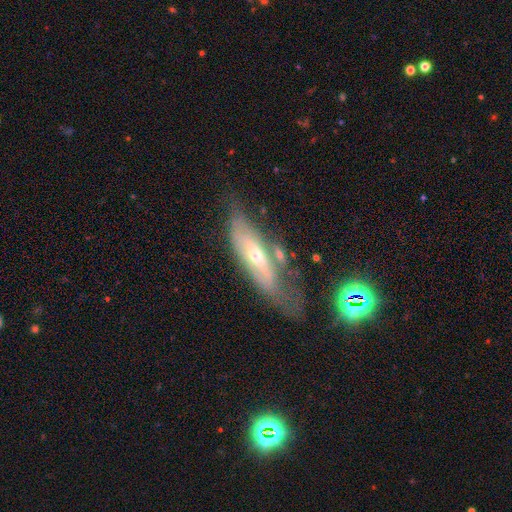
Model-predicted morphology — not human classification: Q: Smooth or featured?
A: featured or disk (64%); runner-up: smooth (27%)
Q: Edge-on disk?
A: no (64%); runner-up: yes (36%)
Q: Merging?
A: none (46%); runner-up: minor disturbance (27%)